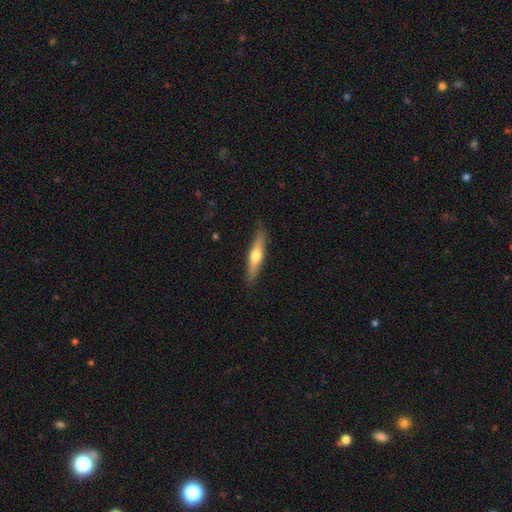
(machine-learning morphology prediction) The model was most divided on "smooth or featured": smooth: 48%, featured or disk: 46%, star or artifact: 5%. More confident: merging — none (87%).